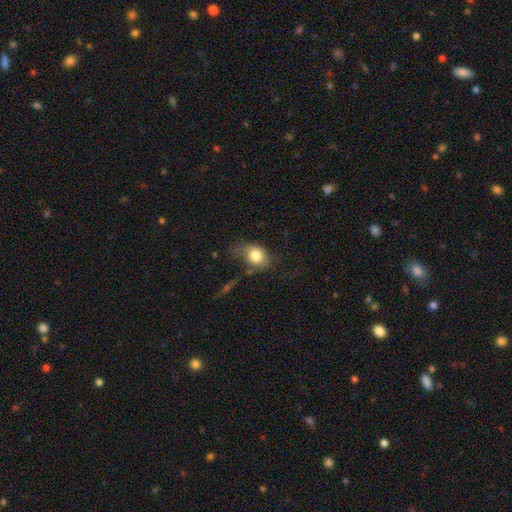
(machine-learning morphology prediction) A smooth galaxy with no disk features (77%) that is in between round and cigar-shaped (57%).

Vote fractions:
- Smooth or featured? smooth: 77% / featured or disk: 14% / star or artifact: 9%
- How rounded? in between: 57% / round: 41% / cigar-shaped: 1%
- Merging? none: 45% / minor disturbance: 31% / major disturbance: 19% / merger: 6%